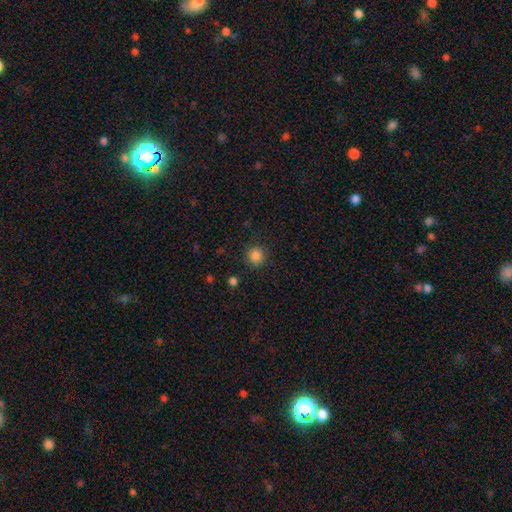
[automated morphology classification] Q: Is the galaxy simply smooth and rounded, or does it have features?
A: smooth — 85%.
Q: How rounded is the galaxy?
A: round — 92%.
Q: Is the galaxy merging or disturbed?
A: none — 90%.